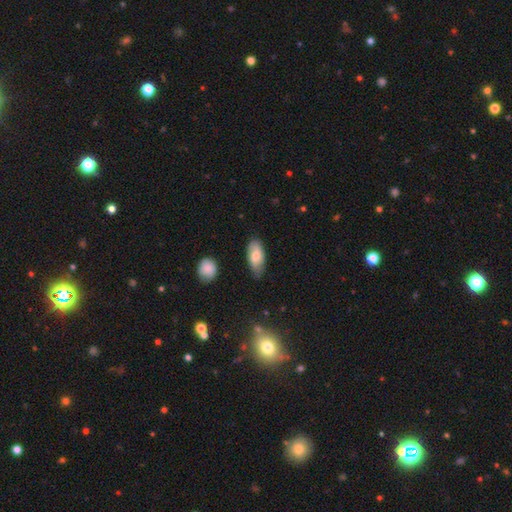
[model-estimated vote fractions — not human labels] A smooth galaxy with no disk features (74%) that is in between round and cigar-shaped (90%).

Vote fractions:
- Smooth or featured? smooth: 74% / featured or disk: 20% / star or artifact: 6%
- How rounded? in between: 90% / cigar-shaped: 8% / round: 3%
- Merging? none: 67% / minor disturbance: 27% / major disturbance: 4% / merger: 2%